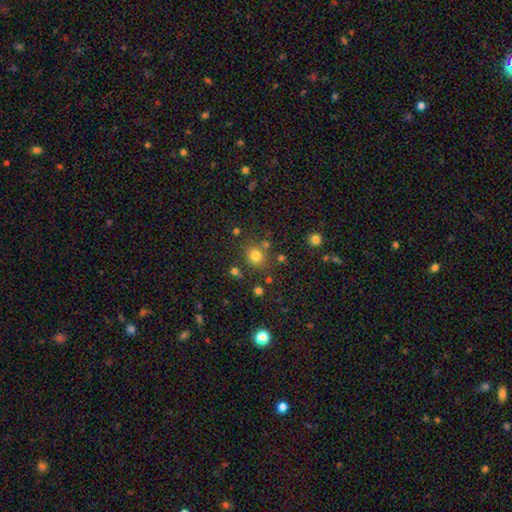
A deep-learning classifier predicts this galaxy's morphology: The model was most divided on "smooth or featured": smooth: 77%, star or artifact: 17%, featured or disk: 6%. More confident: how rounded — round (84%); merging — none (76%).